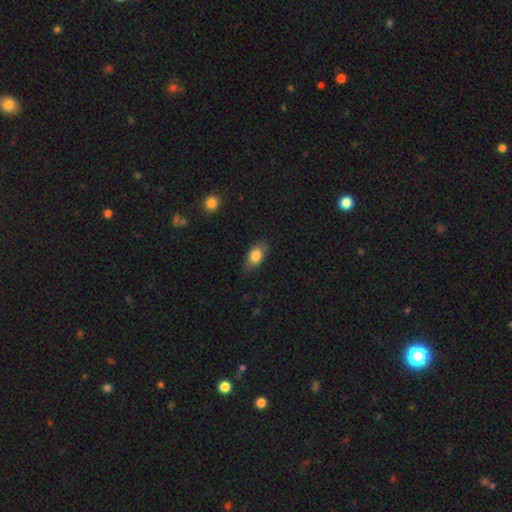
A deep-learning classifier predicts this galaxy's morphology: Smooth or featured?
  - smooth: 81% *
  - featured or disk: 12%
  - star or artifact: 7%
How rounded?
  - in between: 87% *
  - round: 9%
  - cigar-shaped: 4%
Merging?
  - none: 81% *
  - minor disturbance: 14%
  - major disturbance: 3%
  - merger: 1%